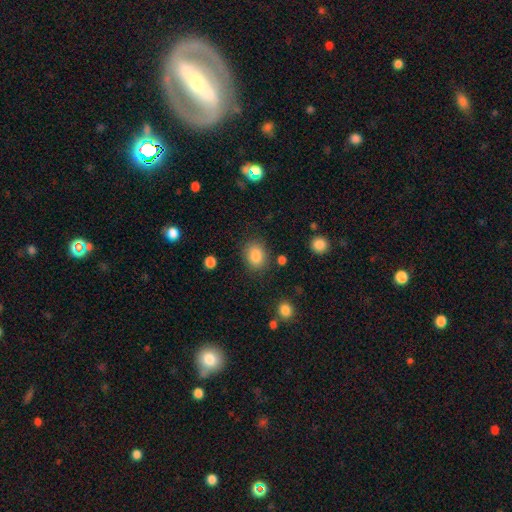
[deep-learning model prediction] A smooth galaxy with no disk features (84%) that is round (51%). Merging: none (82%).